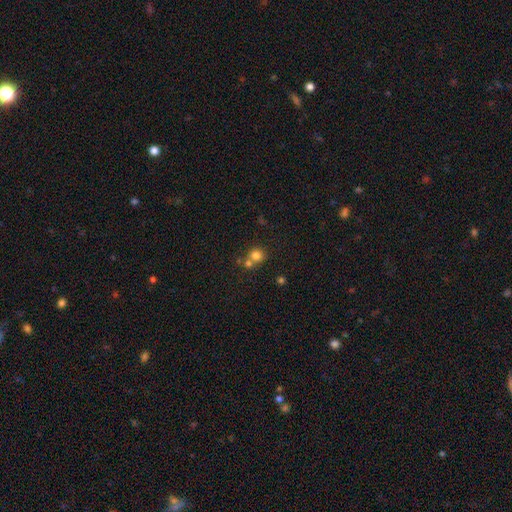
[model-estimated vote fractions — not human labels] This is likely a smooth galaxy (78%). How rounded: clearly round (86%). Merging: possibly none (51%).